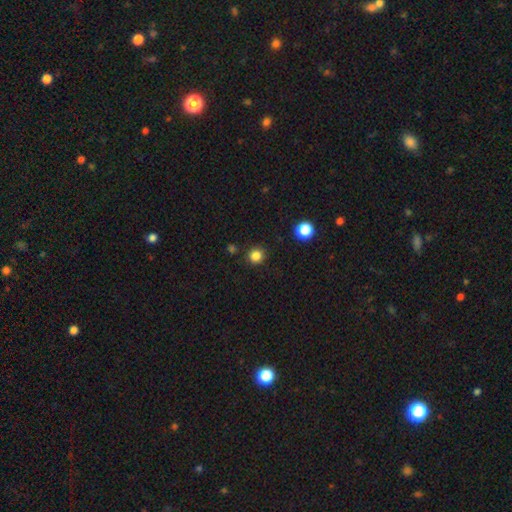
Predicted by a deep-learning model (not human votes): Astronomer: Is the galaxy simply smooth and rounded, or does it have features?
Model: smooth — 84%.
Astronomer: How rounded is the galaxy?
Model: round — 92%.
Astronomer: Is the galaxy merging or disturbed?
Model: none — 89%.